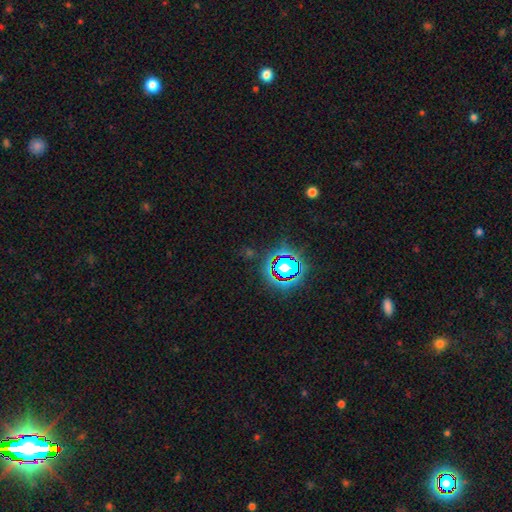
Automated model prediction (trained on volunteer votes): star or artifact 80%, smooth 12%, featured or disk 8%.